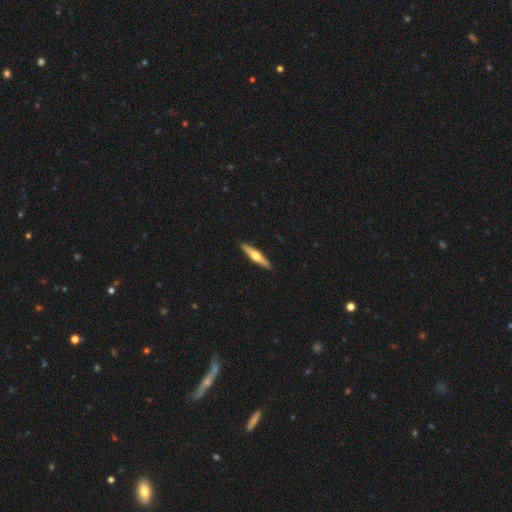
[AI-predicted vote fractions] Morphology: type=featured or disk (61%); edge-on=yes (96%); edge-on bulge=rounded (94%); merging=none (92%).